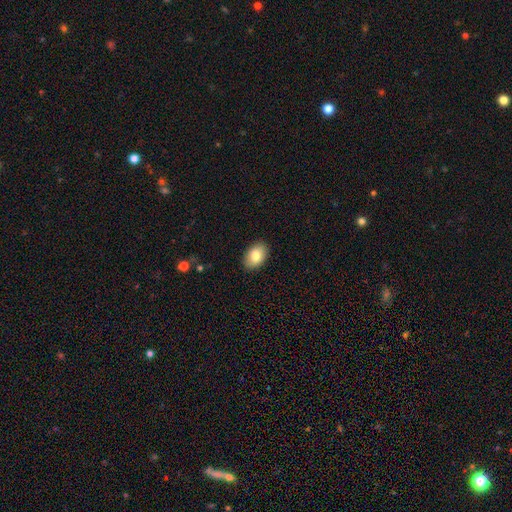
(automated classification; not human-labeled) Morphology: type=smooth (83%); roundness=in between (90%); merging=none (89%).